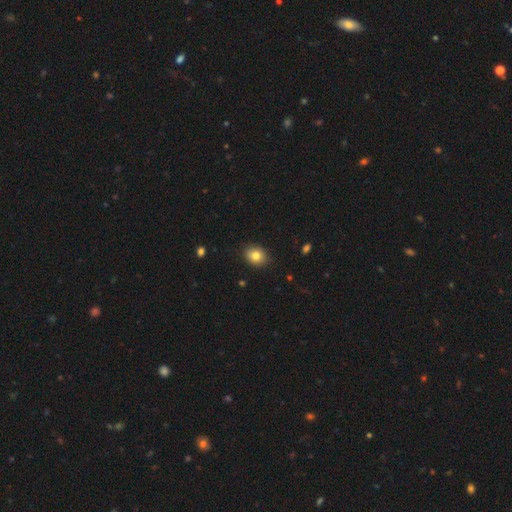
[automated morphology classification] Q: Smooth or featured?
A: smooth (82%); runner-up: star or artifact (9%)
Q: How rounded?
A: in between (57%); runner-up: round (42%)
Q: Merging?
A: none (87%); runner-up: minor disturbance (10%)